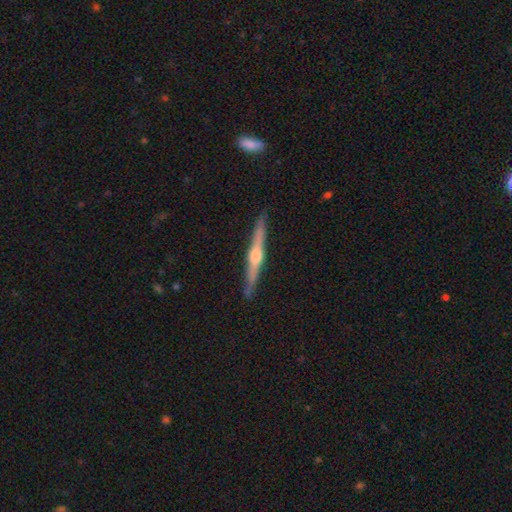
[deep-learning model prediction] A featured or disk galaxy (79%) viewed edge-on (98%) with a rounded central bulge (91%). Merging: none (91%).